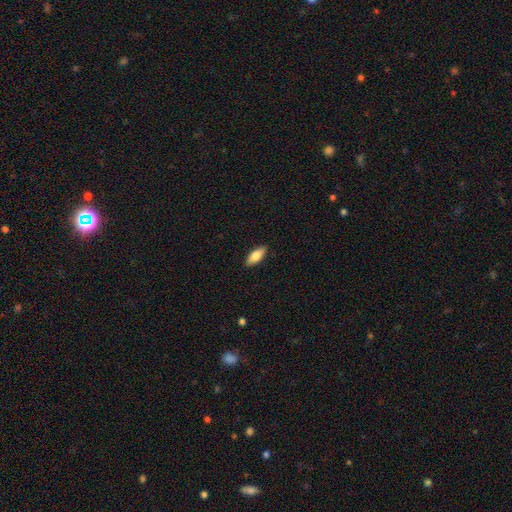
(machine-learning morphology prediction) Smooth or featured: smooth — 78% (featured or disk — 16%)
How rounded: in between — 80% (cigar-shaped — 18%)
Merging: none — 89% (minor disturbance — 8%)